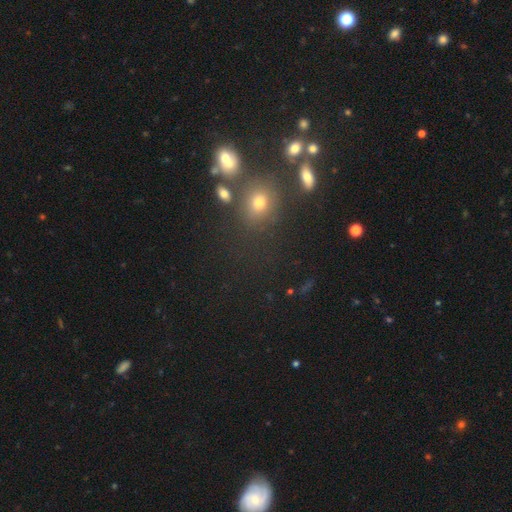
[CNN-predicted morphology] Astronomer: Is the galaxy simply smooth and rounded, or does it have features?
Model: smooth — 46%, tied with star or artifact at 46%.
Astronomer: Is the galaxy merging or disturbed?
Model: none — 72%.